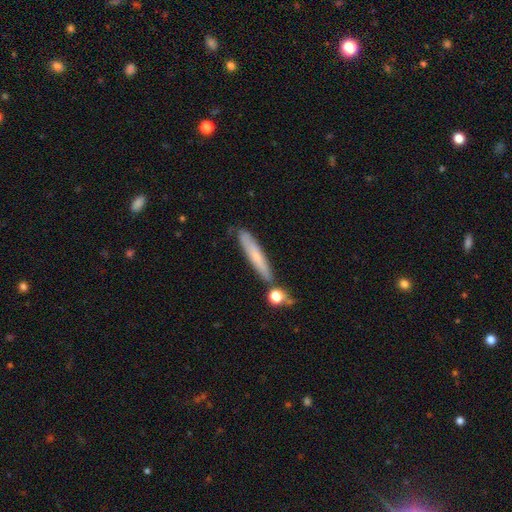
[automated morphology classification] smooth_or_featured: smooth (p=0.58) [alt: featured or disk p=0.35]
how_rounded: cigar-shaped (p=0.91) [alt: in between p=0.07]
merging: none (p=0.74) [alt: minor disturbance p=0.15]